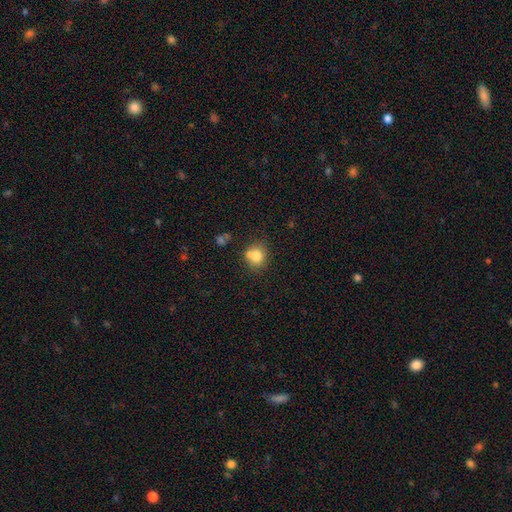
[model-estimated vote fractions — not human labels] smooth-or-featured: smooth: 77% | featured or disk: 12% | star or artifact: 11%
  how-rounded: round: 72% | in between: 27% | cigar-shaped: 1%
  merging: none: 52% | merger: 28% | minor disturbance: 15% | major disturbance: 5%